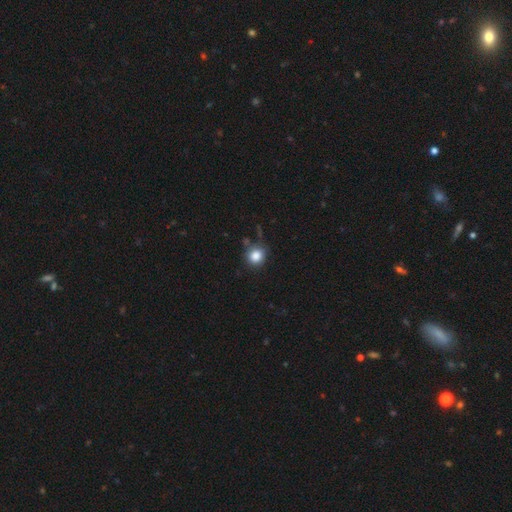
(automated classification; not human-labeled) smooth 84%, star or artifact 11%, featured or disk 5%. Down the decision tree: how rounded — round (85%); merging — none (74%).